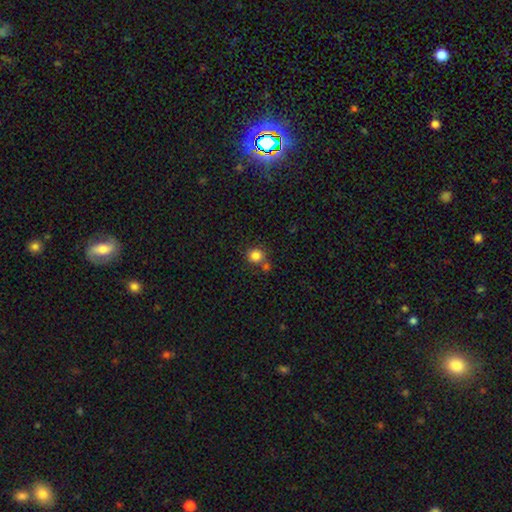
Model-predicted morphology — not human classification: A smooth galaxy with no disk features (83%) that is round (86%).

Vote fractions:
- Smooth or featured? smooth: 83% / star or artifact: 11% / featured or disk: 6%
- How rounded? round: 86% / in between: 13% / cigar-shaped: 1%
- Merging? none: 65% / merger: 19% / minor disturbance: 12% / major disturbance: 4%